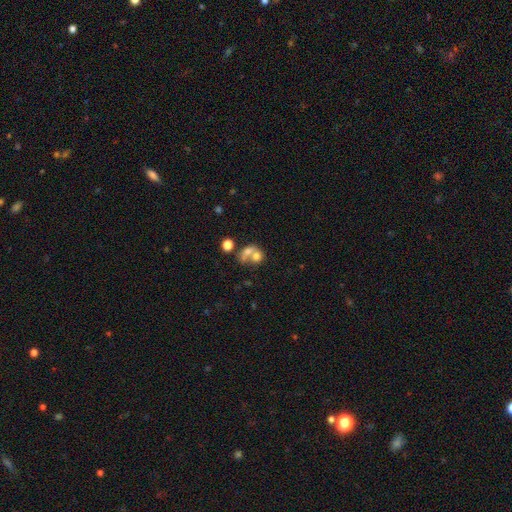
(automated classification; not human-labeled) This appears to be a smooth galaxy with no disk features (63%) that is in between round and cigar-shaped (51%). Merging: merger (66%).